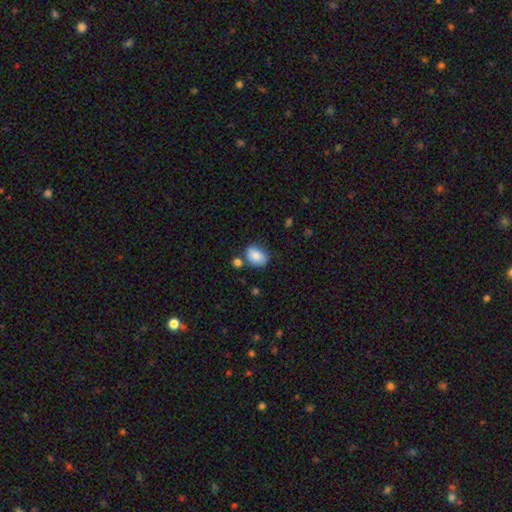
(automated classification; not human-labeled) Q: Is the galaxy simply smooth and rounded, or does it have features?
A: smooth — 84%.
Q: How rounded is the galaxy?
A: in between — 78%.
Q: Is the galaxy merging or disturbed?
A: none — 66%.